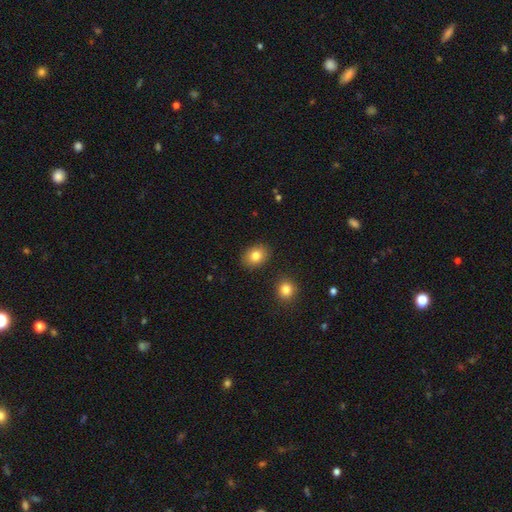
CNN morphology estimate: Smooth or featured?
  - smooth: 82% *
  - star or artifact: 9%
  - featured or disk: 9%
How rounded?
  - in between: 54% *
  - round: 45%
  - cigar-shaped: 1%
Merging?
  - none: 87% *
  - minor disturbance: 8%
  - merger: 3%
  - major disturbance: 2%